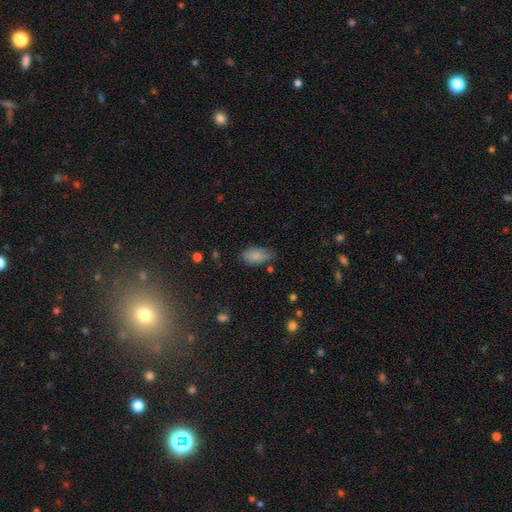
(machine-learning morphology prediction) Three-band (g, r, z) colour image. It shows a smooth galaxy with no disk features (83%) that is in between round and cigar-shaped (93%). Merging: none (66%).